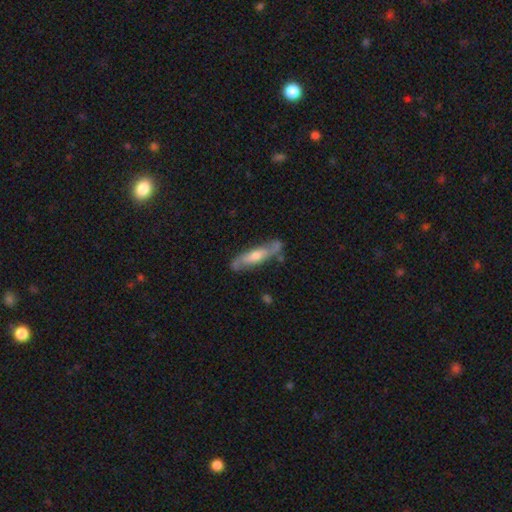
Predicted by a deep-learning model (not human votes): Smooth or featured? featured or disk (60%)
Edge-on disk? yes (54%)
Merging? none (72%)